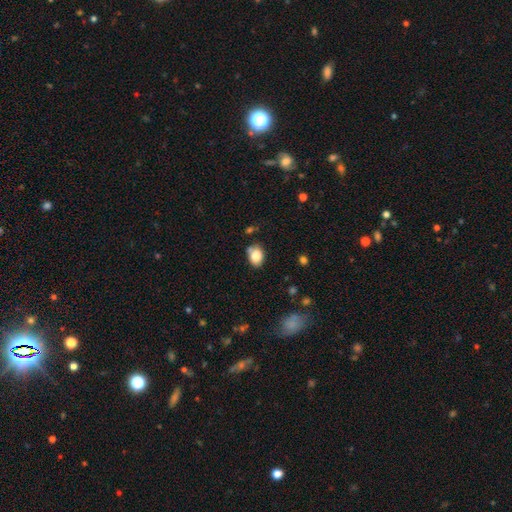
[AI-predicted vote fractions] Morphology: type=smooth (82%); roundness=in between (66%); merging=none (68%).